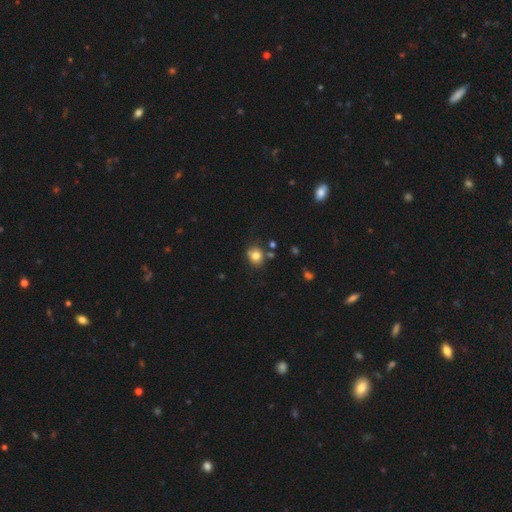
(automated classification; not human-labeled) A smooth galaxy with no disk features (79%) that is round (69%). Merging: none (72%).